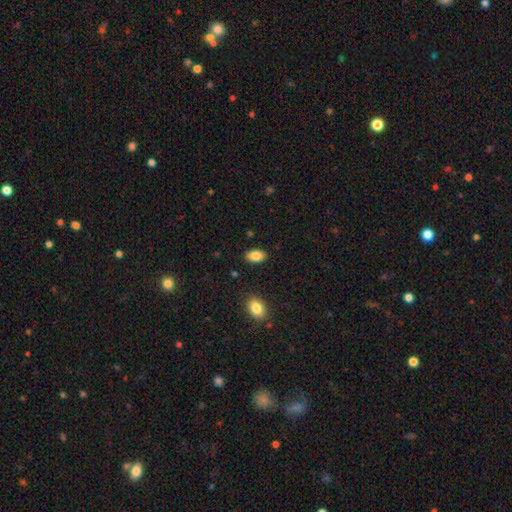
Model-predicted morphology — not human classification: Smooth or featured? Predicted: smooth (p=0.84). How rounded? Predicted: in between (p=0.93). Merging? Predicted: none (p=0.88).